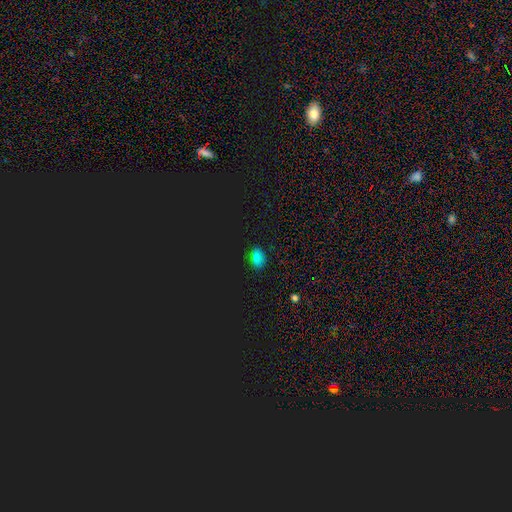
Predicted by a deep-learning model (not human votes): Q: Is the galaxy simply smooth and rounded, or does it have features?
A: smooth — 64%.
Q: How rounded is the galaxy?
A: in between — 87%.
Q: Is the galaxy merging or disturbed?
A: none — 83%.